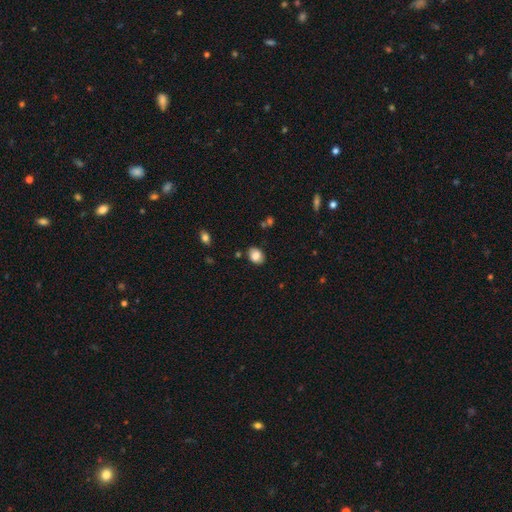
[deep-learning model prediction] Smooth or featured? Predicted: smooth (p=0.85). How rounded? Predicted: in between (p=0.64). Merging? Predicted: none (p=0.83).